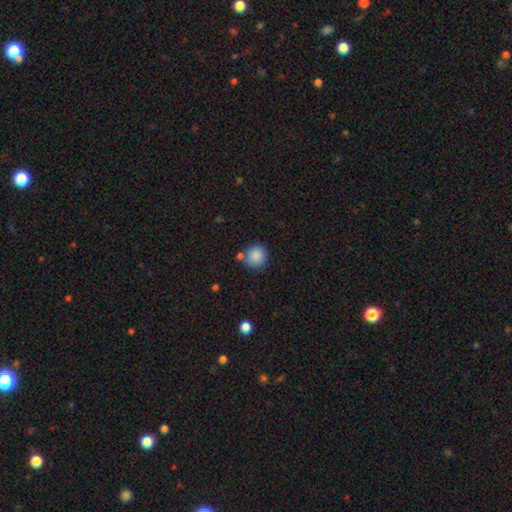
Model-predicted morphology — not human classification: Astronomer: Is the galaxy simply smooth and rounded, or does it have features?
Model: smooth — 87%.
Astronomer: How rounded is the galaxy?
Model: round — 90%.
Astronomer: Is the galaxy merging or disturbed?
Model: none — 75%.